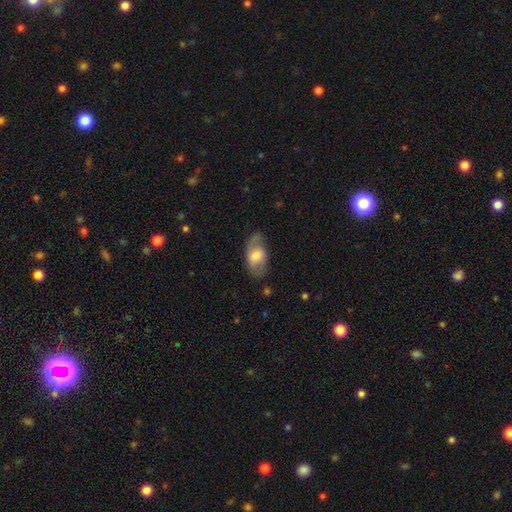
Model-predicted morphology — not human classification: smooth_or_featured: smooth (p=0.52) [alt: featured or disk p=0.42]
how_rounded: in between (p=0.90) [alt: round p=0.08]
merging: none (p=0.70) [alt: minor disturbance p=0.20]